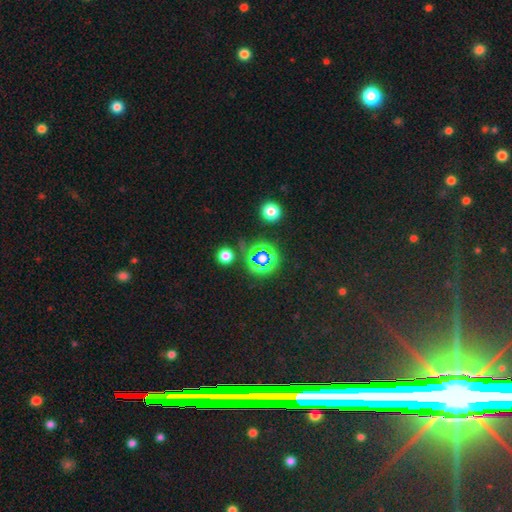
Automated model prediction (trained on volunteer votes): Q: Smooth or featured?
A: star or artifact (71%); runner-up: smooth (15%)